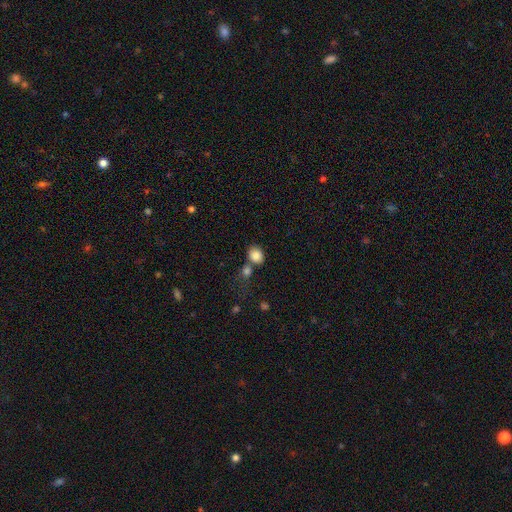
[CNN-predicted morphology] Q: Smooth or featured?
A: smooth (85%); runner-up: star or artifact (9%)
Q: How rounded?
A: round (63%); runner-up: in between (36%)
Q: Merging?
A: none (58%); runner-up: merger (26%)